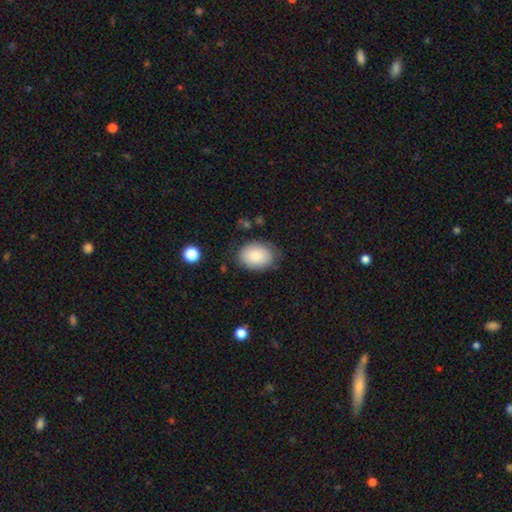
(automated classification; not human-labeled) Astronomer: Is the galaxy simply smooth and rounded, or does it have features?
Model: smooth — 84%.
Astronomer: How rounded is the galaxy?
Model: in between — 75%.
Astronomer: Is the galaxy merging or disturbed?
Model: none — 71%.